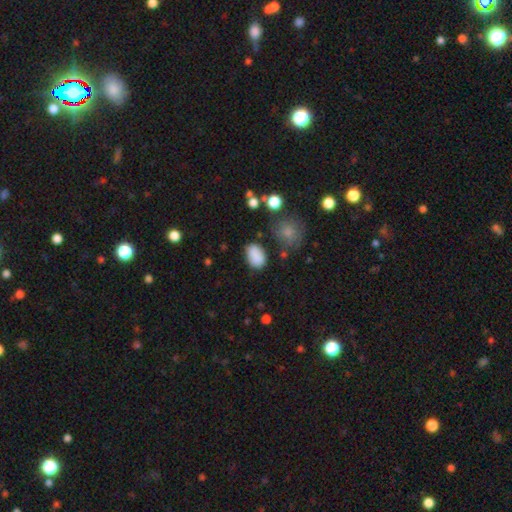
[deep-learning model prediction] smooth_or_featured: smooth (p=0.85) [alt: star or artifact p=0.10]
how_rounded: in between (p=0.85) [alt: round p=0.14]
merging: none (p=0.74) [alt: minor disturbance p=0.18]